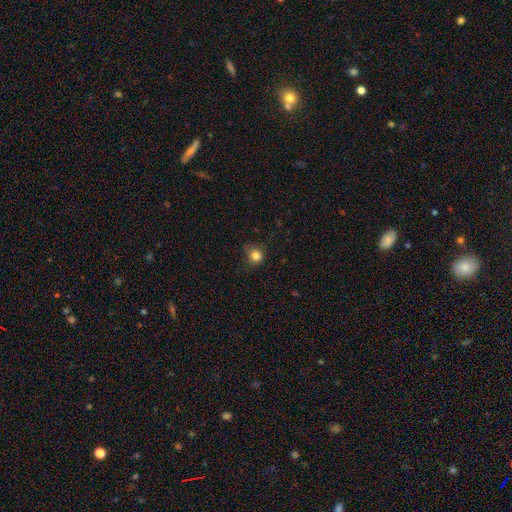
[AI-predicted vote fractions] The model was most divided on "merging": none: 68%, minor disturbance: 24%, major disturbance: 7%, merger: 1%. More confident: smooth or featured — smooth (82%); how rounded — round (79%).